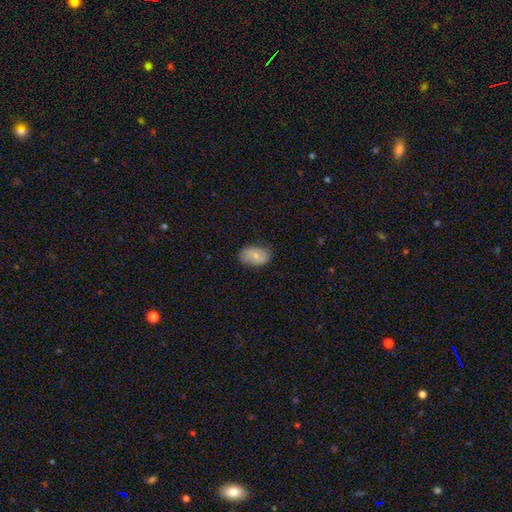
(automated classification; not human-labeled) A smooth galaxy with no disk features (66%) that is in between round and cigar-shaped (91%).

Vote fractions:
- Smooth or featured? smooth: 66% / featured or disk: 27% / star or artifact: 7%
- How rounded? in between: 91% / round: 8% / cigar-shaped: 2%
- Merging? none: 75% / minor disturbance: 20% / major disturbance: 4% / merger: 1%